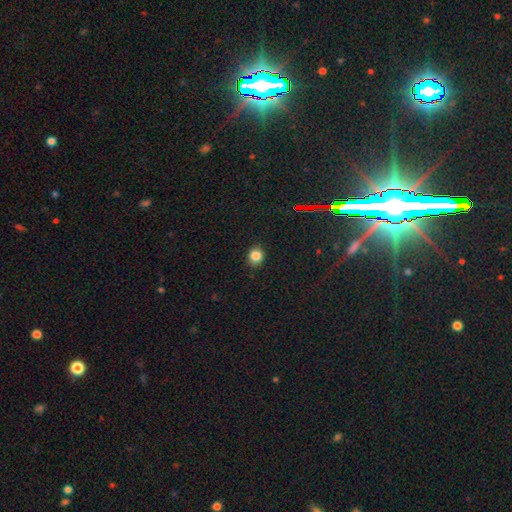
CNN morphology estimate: smooth-or-featured: smooth: 84% | star or artifact: 12% | featured or disk: 4%
  how-rounded: round: 75% | in between: 24% | cigar-shaped: 1%
  merging: none: 89% | minor disturbance: 8% | major disturbance: 2% | merger: 1%